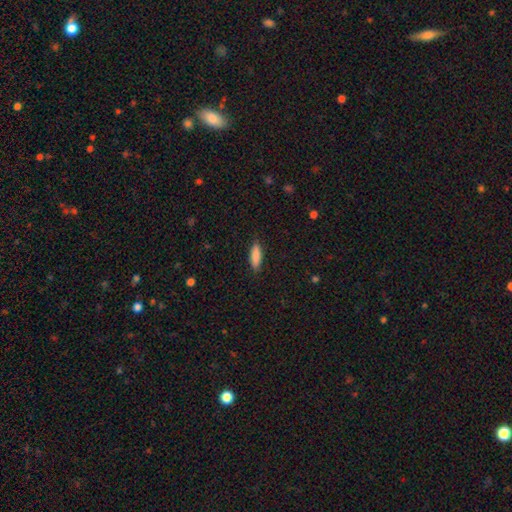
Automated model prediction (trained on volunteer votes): Smooth or featured?
  - smooth: 87% *
  - featured or disk: 7%
  - star or artifact: 6%
How rounded?
  - cigar-shaped: 49% * (tied)
  - in between: 49% * (tied)
  - round: 2%
Merging?
  - none: 87% *
  - minor disturbance: 10%
  - major disturbance: 2%
  - merger: 1%